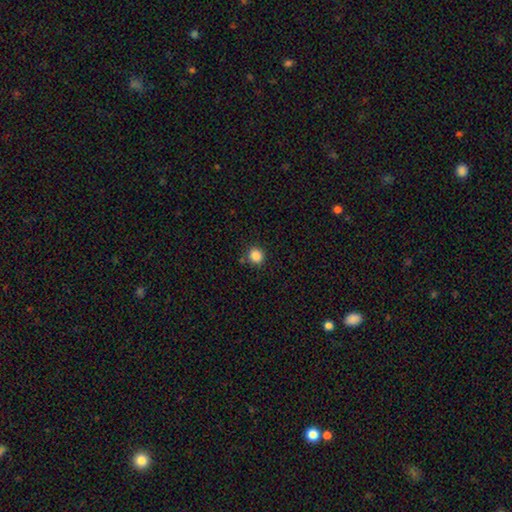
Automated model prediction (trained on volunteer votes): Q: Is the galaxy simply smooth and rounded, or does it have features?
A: smooth — 86%.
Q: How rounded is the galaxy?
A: round — 89%.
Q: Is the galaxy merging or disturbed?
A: none — 86%.